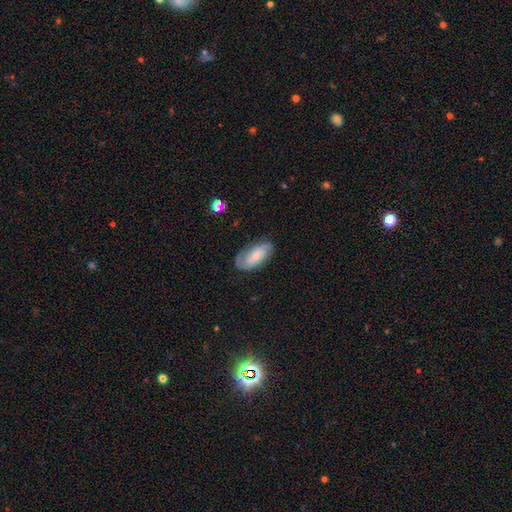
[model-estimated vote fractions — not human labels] This is possibly a featured or disk galaxy (50%). Merging: likely none (72%).